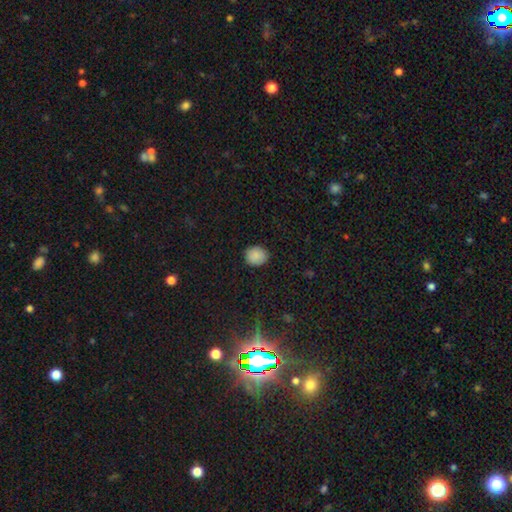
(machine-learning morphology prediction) Overall: smooth (86%). How rounded: round (78%). Merging: none (87%).